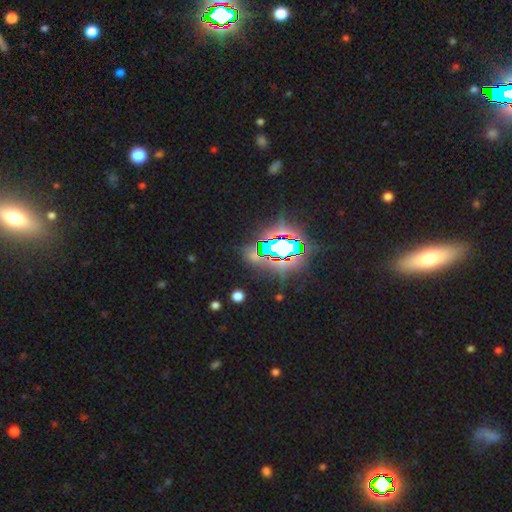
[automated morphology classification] A star or artifact, not a galaxy (77%).